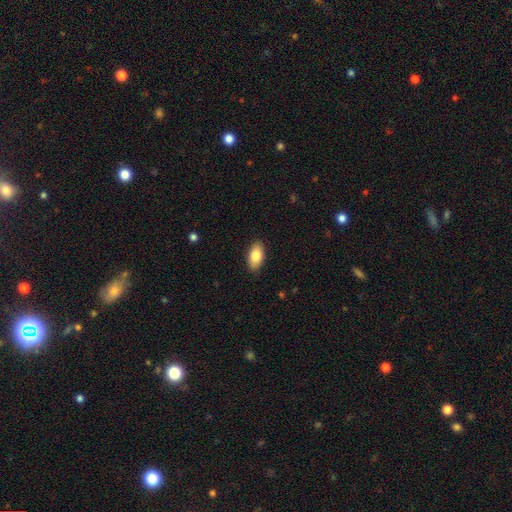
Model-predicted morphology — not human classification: This is clearly a smooth galaxy (83%). How rounded: clearly in between (93%). Merging: clearly none (89%).